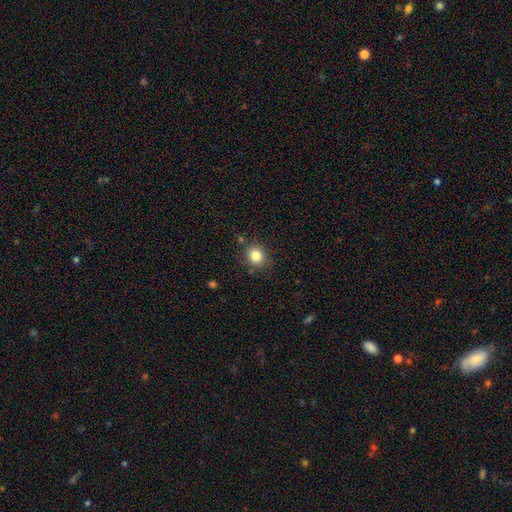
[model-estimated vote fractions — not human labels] This appears to be a smooth galaxy with no disk features (83%) that is round (82%). Merging: none (84%).